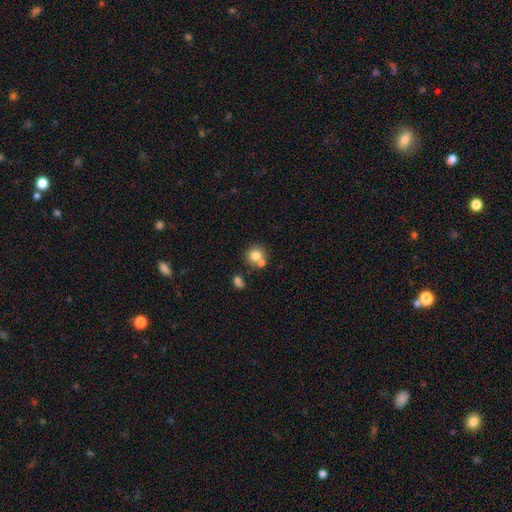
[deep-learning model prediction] This is likely a smooth galaxy (76%). How rounded: clearly round (86%). Merging: possibly none (53%).